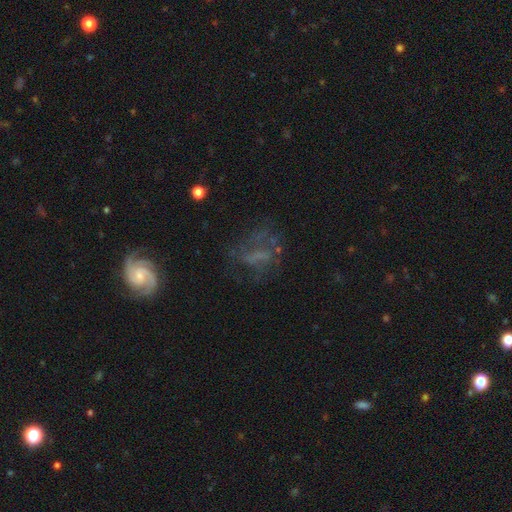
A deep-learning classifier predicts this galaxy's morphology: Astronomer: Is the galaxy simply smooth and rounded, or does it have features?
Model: featured or disk — 53%.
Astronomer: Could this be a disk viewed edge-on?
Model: no — 95%.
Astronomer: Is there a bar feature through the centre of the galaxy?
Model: no — 59%.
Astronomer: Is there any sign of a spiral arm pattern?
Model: no — 54% (runner-up: yes, 46%).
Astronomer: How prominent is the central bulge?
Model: none — 66%.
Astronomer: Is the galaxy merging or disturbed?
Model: none — 45% (runner-up: major disturbance, 32%).